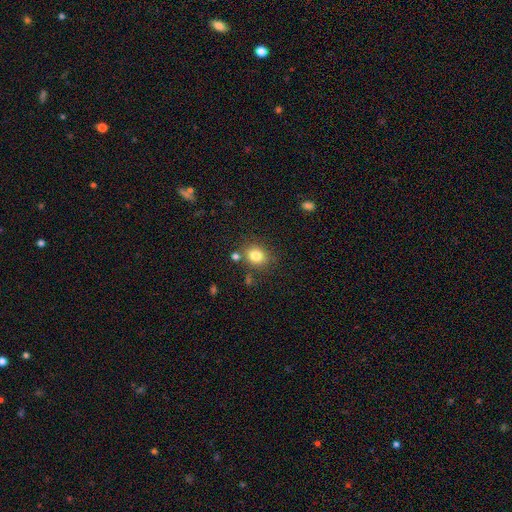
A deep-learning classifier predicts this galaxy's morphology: Q: Smooth or featured?
A: smooth (81%); runner-up: star or artifact (11%)
Q: How rounded?
A: round (59%); runner-up: in between (40%)
Q: Merging?
A: none (76%); runner-up: minor disturbance (12%)